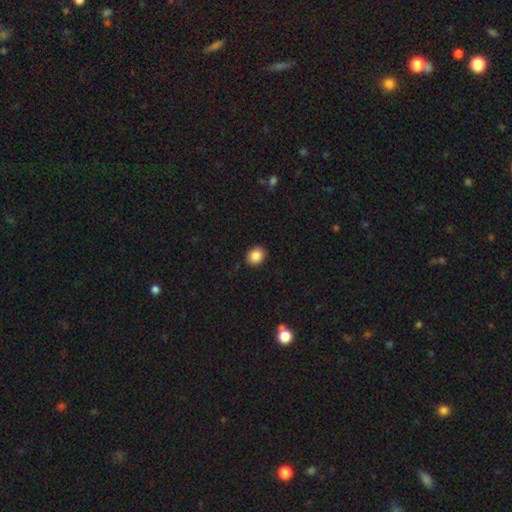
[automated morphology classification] Smooth or featured?
  - smooth: 87% *
  - star or artifact: 9%
  - featured or disk: 4%
How rounded?
  - round: 54% *
  - in between: 45%
  - cigar-shaped: 1%
Merging?
  - none: 90% *
  - minor disturbance: 7%
  - major disturbance: 2%
  - merger: 1%